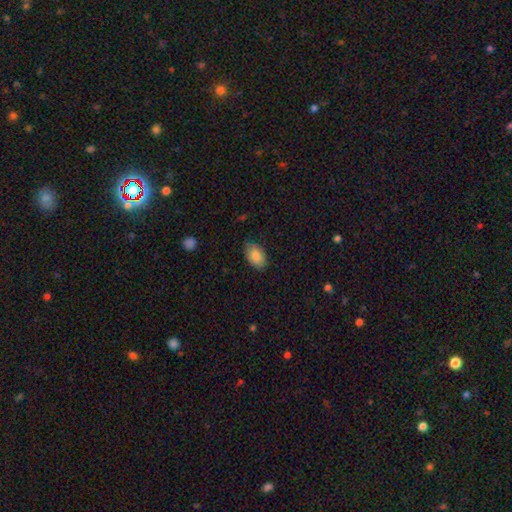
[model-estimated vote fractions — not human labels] Q: Smooth or featured?
A: smooth (83%); runner-up: featured or disk (10%)
Q: How rounded?
A: in between (90%); runner-up: round (9%)
Q: Merging?
A: none (81%); runner-up: minor disturbance (16%)